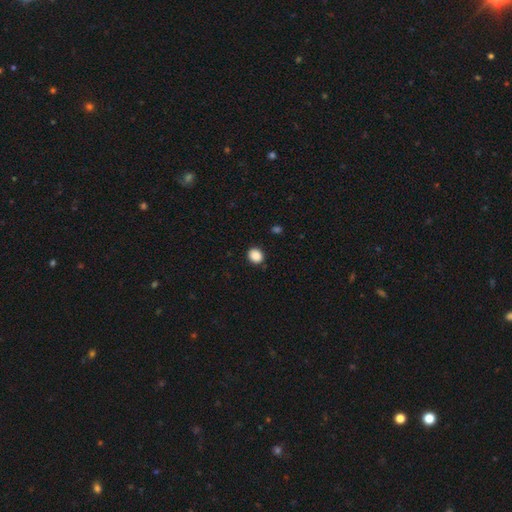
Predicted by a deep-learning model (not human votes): Smooth or featured? smooth (88%)
How rounded? round (64%)
Merging? none (88%)